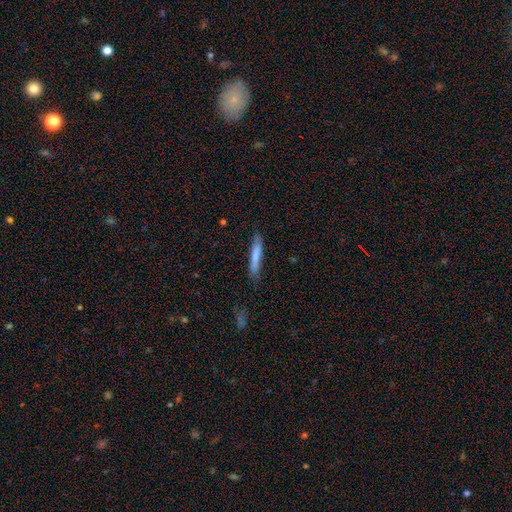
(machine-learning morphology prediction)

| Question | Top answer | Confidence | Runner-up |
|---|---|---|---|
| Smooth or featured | smooth | 75% | featured or disk (19%) |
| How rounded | cigar-shaped | 92% | in between (7%) |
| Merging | none | 79% | minor disturbance (16%) |